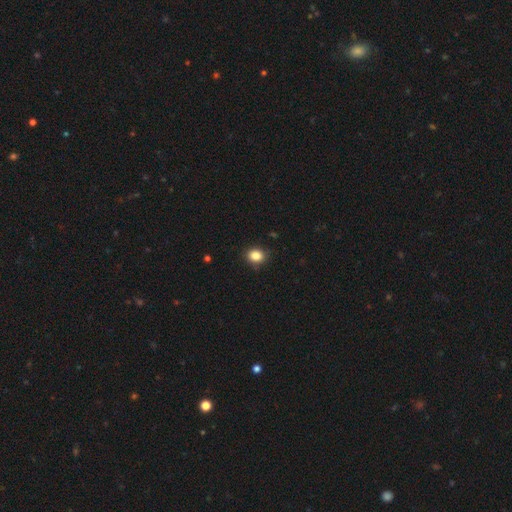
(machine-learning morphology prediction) Overall: smooth (85%). How rounded: round (62%; in between 37%). Merging: none (85%).